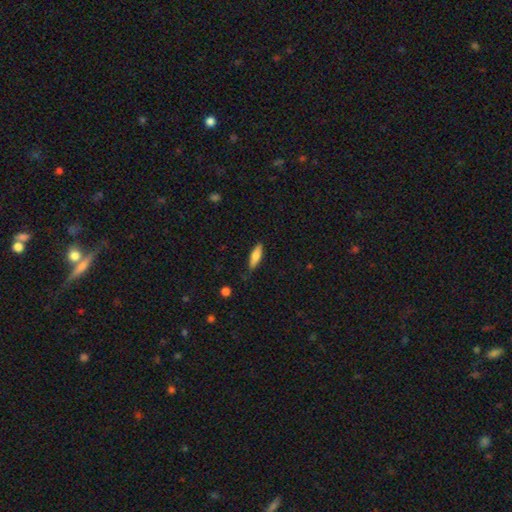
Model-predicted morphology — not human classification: smooth_or_featured: smooth (p=0.67) [alt: featured or disk p=0.27]
how_rounded: cigar-shaped (p=0.61) [alt: in between p=0.37]
merging: none (p=0.84) [alt: minor disturbance p=0.12]